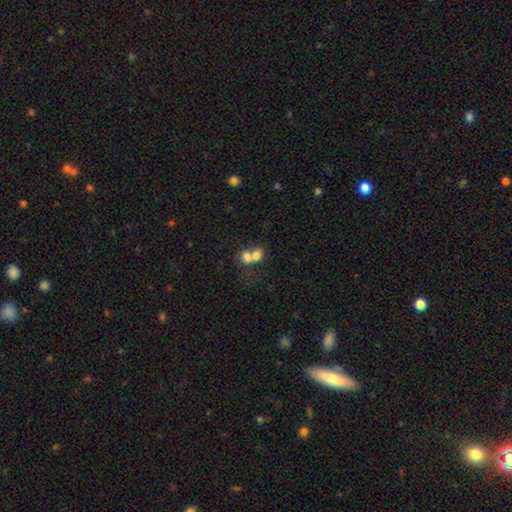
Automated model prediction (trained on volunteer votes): The model was most divided on "how rounded": in between: 53%, round: 45%, cigar-shaped: 1%. More confident: smooth or featured — smooth (72%); merging — merger (71%).